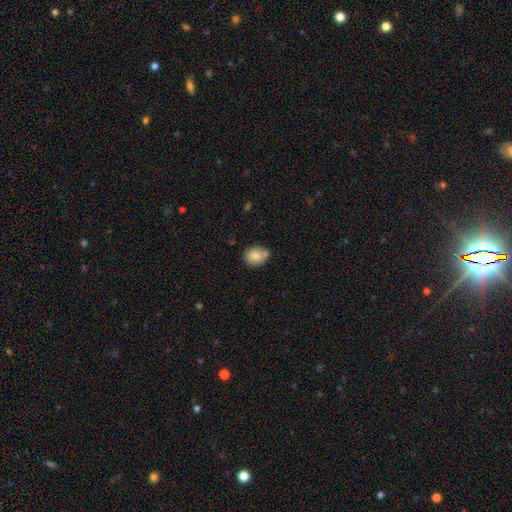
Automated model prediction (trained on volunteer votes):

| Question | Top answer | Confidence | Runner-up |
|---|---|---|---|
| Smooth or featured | smooth | 81% | featured or disk (10%) |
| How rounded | round | 59% | in between (41%) |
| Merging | none | 63% | minor disturbance (21%) |